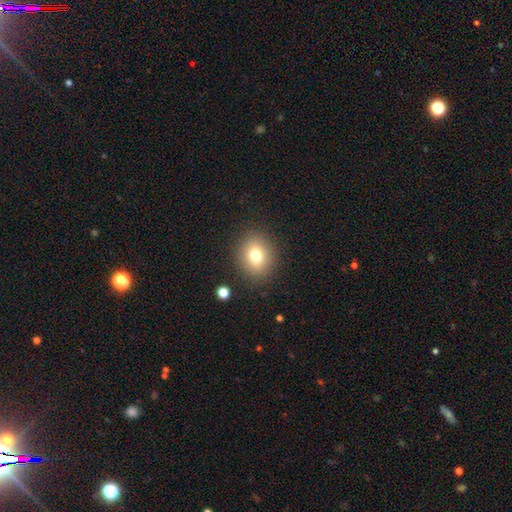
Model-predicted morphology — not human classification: A smooth galaxy with no disk features (76%) that is round (55%).

Vote fractions:
- Smooth or featured? smooth: 76% / featured or disk: 12% / star or artifact: 12%
- How rounded? round: 55% / in between: 44% / cigar-shaped: 1%
- Merging? none: 87% / minor disturbance: 8% / major disturbance: 3% / merger: 2%